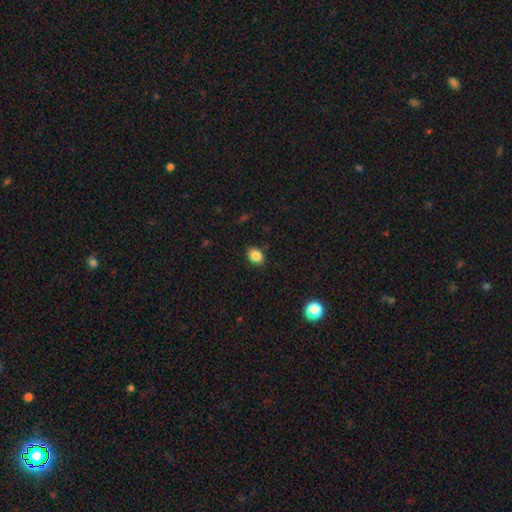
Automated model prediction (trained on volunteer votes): smooth-or-featured: smooth: 85% | star or artifact: 9% | featured or disk: 5%
  how-rounded: in between: 66% | round: 33% | cigar-shaped: 1%
  merging: none: 88% | minor disturbance: 9% | major disturbance: 2% | merger: 1%